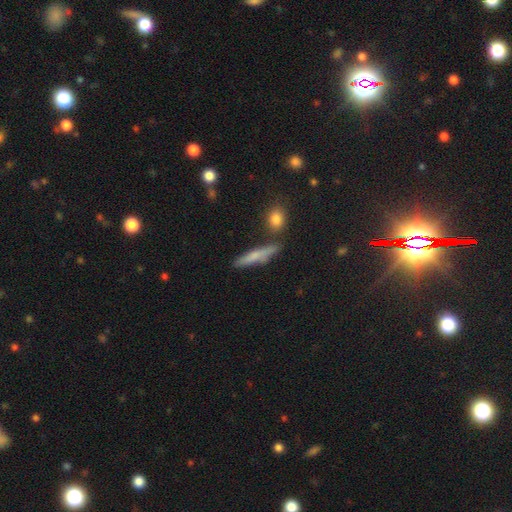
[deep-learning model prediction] smooth 63%, featured or disk 29%, star or artifact 8%. Down the decision tree: how rounded — cigar-shaped (86%); merging — none (76%).